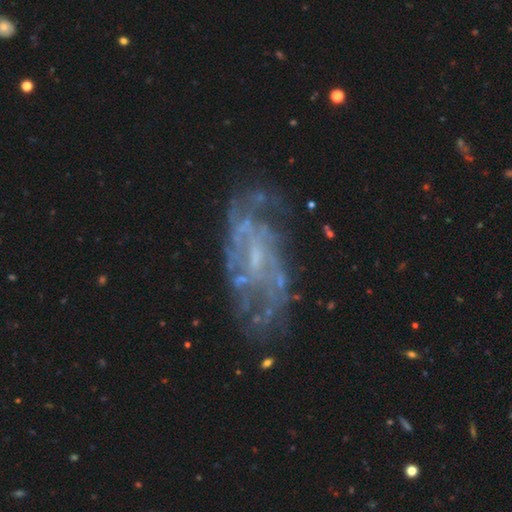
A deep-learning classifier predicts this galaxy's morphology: A featured or disk galaxy (82%) with a weak bar (47%), tight (41%, tied with medium) spiral arms (84%) and a small central bulge (55%).

Vote fractions:
- Smooth or featured? featured or disk: 82% / smooth: 9% / star or artifact: 9%
- Edge-on disk? no: 95% / yes: 5%
- Bar? weak: 47% / no: 39% / strong: 13%
- Spiral arms? yes: 84% / no: 16%
- Spiral winding? tight: 41% (tied) / medium: 41% (tied) / loose: 18%
- Spiral arm count? can't tell: 45% / 2: 25% / 3: 12% / 4: 7% / 1: 5% / more than 4: 5%
- Bulge size? small: 55% / none: 27% / moderate: 15% / large: 1% / dominant: 1%
- Merging? none: 67% / minor disturbance: 18% / major disturbance: 12% / merger: 3%